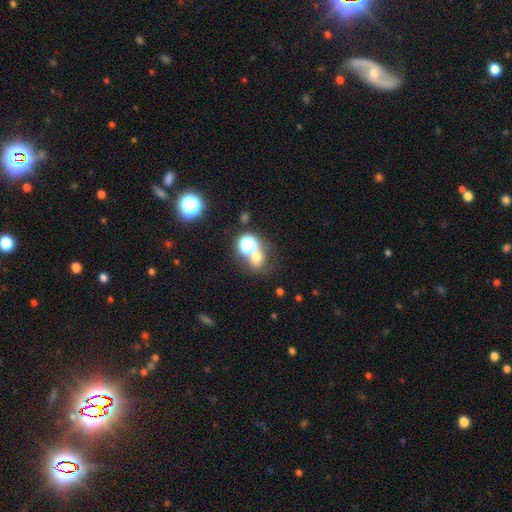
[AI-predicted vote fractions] A smooth galaxy with no disk features (56%) that is round (69%).

Vote fractions:
- Smooth or featured? smooth: 56% / star or artifact: 32% / featured or disk: 12%
- How rounded? round: 69% / in between: 29% / cigar-shaped: 1%
- Merging? none: 49% / merger: 33% / minor disturbance: 10% / major disturbance: 7%